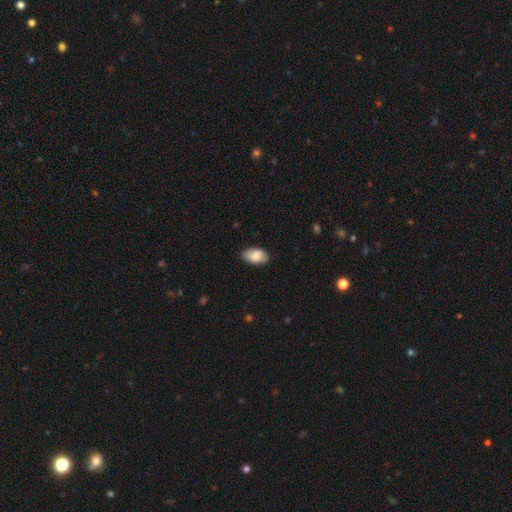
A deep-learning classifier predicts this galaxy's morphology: smooth_or_featured: smooth (p=0.84) [alt: featured or disk p=0.10]
how_rounded: in between (p=0.93) [alt: round p=0.05]
merging: none (p=0.84) [alt: minor disturbance p=0.13]